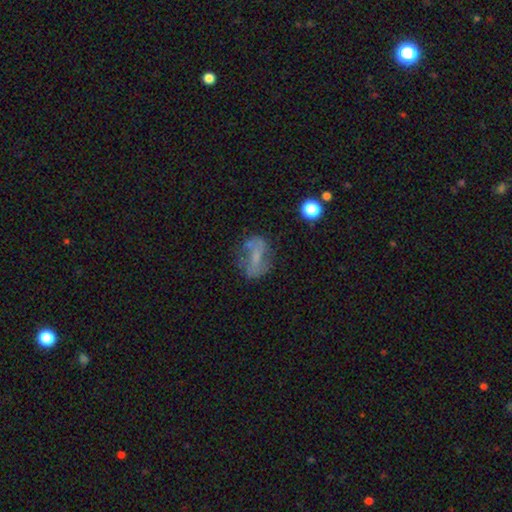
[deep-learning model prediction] Q: Smooth or featured?
A: featured or disk (53%); runner-up: smooth (34%)
Q: Edge-on disk?
A: no (94%); runner-up: yes (6%)
Q: Bar?
A: no (42%); runner-up: weak (35%)
Q: Spiral arms?
A: no (51%); runner-up: yes (49%)
Q: Bulge size?
A: small (42%); runner-up: none (35%)
Q: Merging?
A: none (54%); runner-up: minor disturbance (22%)